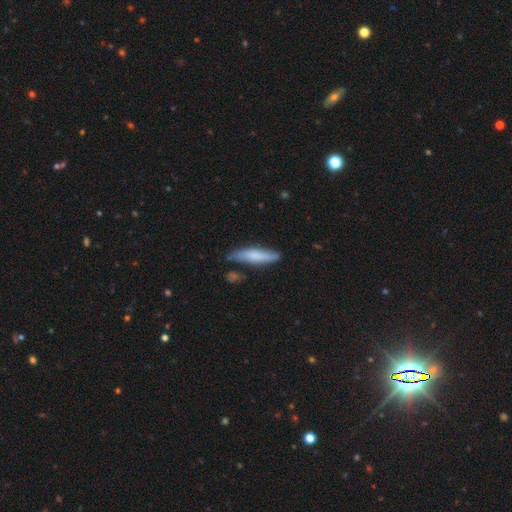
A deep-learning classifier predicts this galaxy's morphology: Overall: smooth (69%). How rounded: cigar-shaped (81%). Merging: none (70%).